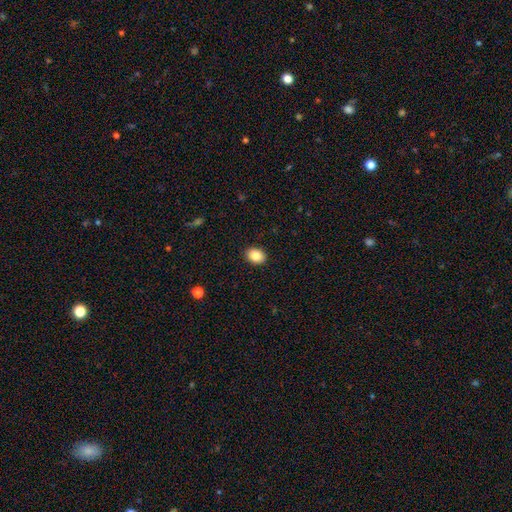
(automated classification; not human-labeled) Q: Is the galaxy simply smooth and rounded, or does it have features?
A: smooth — 86%.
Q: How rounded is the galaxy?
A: in between — 68%.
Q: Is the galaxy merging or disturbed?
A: none — 91%.